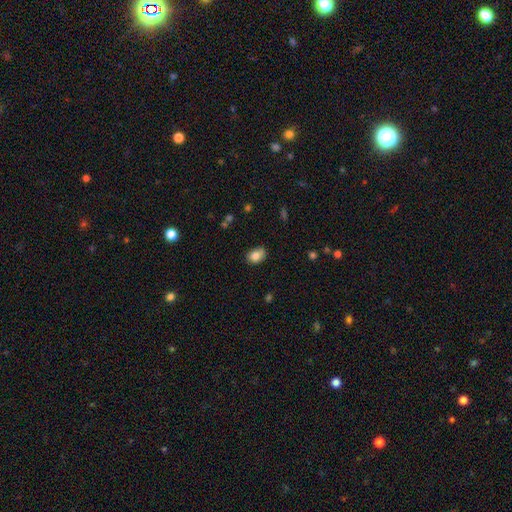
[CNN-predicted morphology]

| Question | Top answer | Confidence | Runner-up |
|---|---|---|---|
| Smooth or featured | smooth | 82% | star or artifact (9%) |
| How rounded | in between | 71% | round (27%) |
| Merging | none | 72% | minor disturbance (21%) |